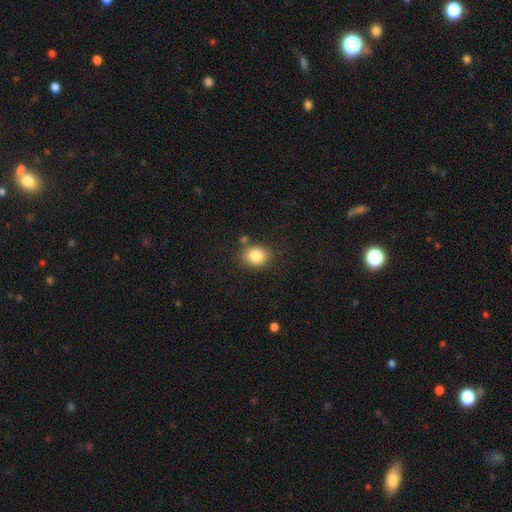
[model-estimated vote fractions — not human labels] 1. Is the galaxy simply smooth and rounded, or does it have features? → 85% smooth, 9% star or artifact, 6% featured or disk.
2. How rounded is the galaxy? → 57% round, 43% in between, 1% cigar-shaped.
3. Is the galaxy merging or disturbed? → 78% none, 12% minor disturbance, 7% merger, 3% major disturbance.